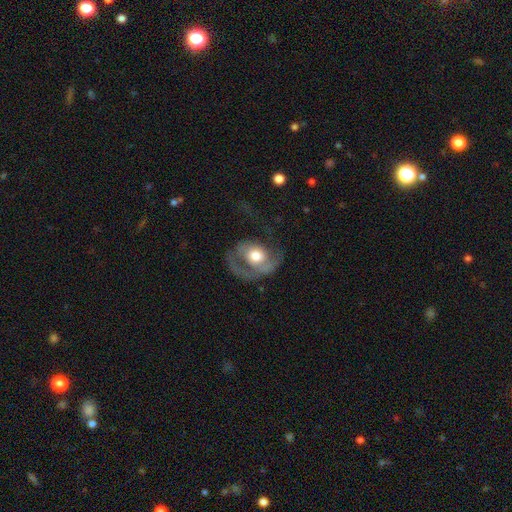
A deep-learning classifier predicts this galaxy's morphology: featured or disk 64%, smooth 30%, star or artifact 6%. Down the decision tree: edge-on disk — no (97%); bar — no (79%); spiral arms — yes (74%); bulge size — moderate (54%); merging — major disturbance (47%).